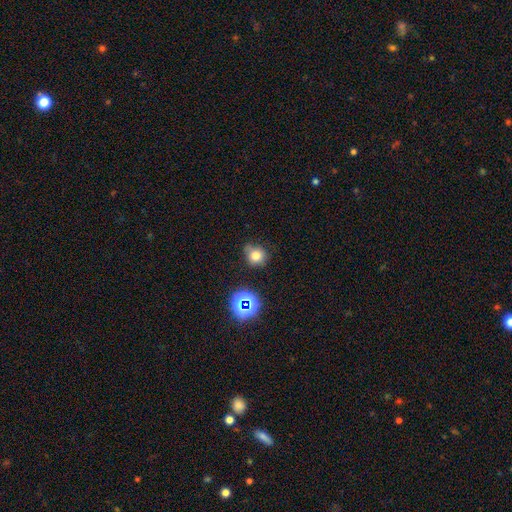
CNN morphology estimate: type=smooth (72%); roundness=round (78%); merging=none (62%).